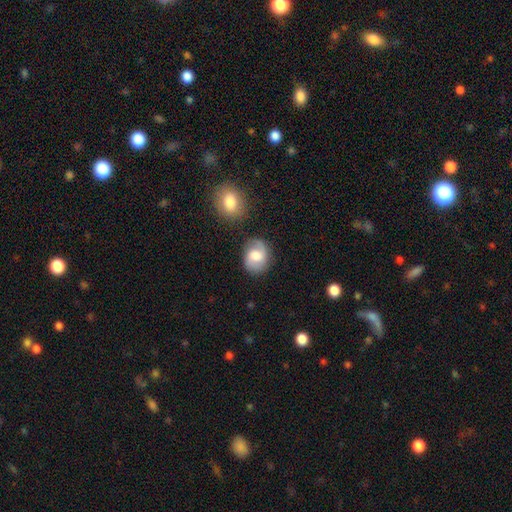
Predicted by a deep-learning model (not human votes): Q: Smooth or featured?
A: featured or disk (51%); runner-up: smooth (41%)
Q: Edge-on disk?
A: no (97%); runner-up: yes (3%)
Q: Merging?
A: none (73%); runner-up: minor disturbance (17%)